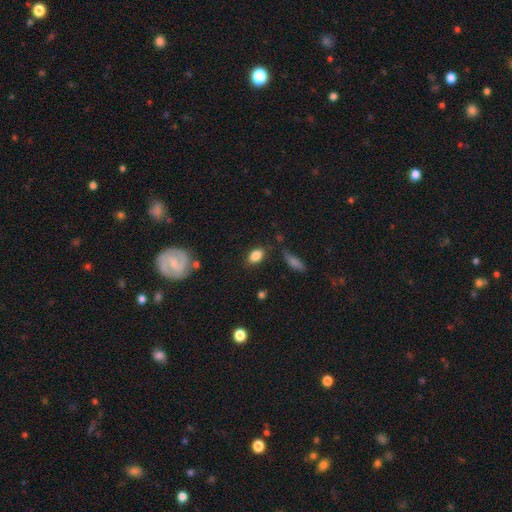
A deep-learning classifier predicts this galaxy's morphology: This is clearly a smooth galaxy (84%). How rounded: clearly in between (82%). Merging: likely none (78%).